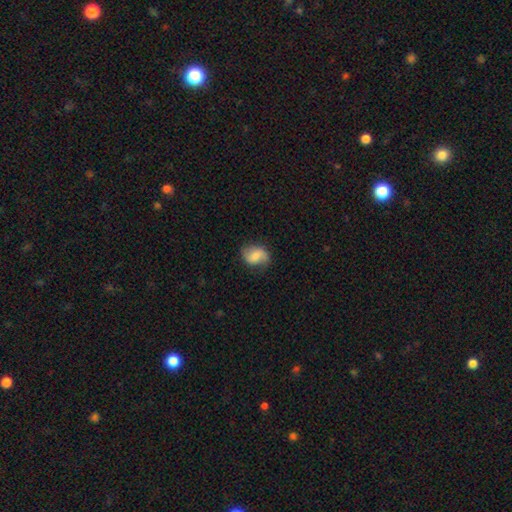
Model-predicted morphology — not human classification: Smooth or featured? smooth (59%)
How rounded? in between (64%)
Merging? none (69%)